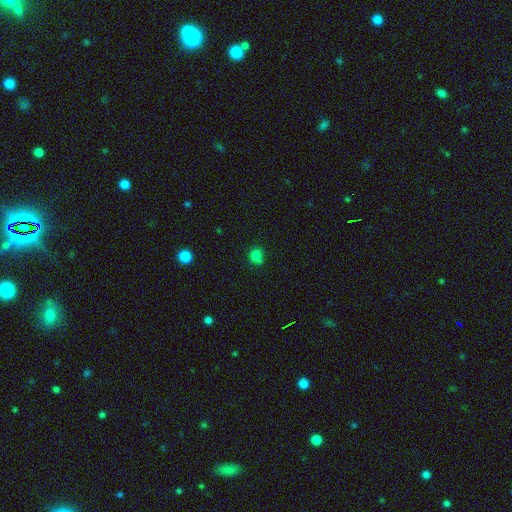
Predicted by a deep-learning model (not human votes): Q: Smooth or featured?
A: smooth (79%); runner-up: star or artifact (16%)
Q: How rounded?
A: round (73%); runner-up: in between (26%)
Q: Merging?
A: none (70%); runner-up: minor disturbance (22%)